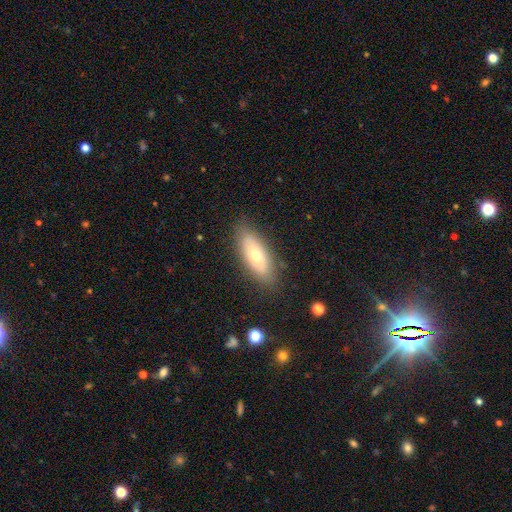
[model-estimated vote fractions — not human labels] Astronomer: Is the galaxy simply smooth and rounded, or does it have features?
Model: smooth — 62%.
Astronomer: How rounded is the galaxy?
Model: in between — 76%.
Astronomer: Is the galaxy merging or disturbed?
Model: none — 83%.